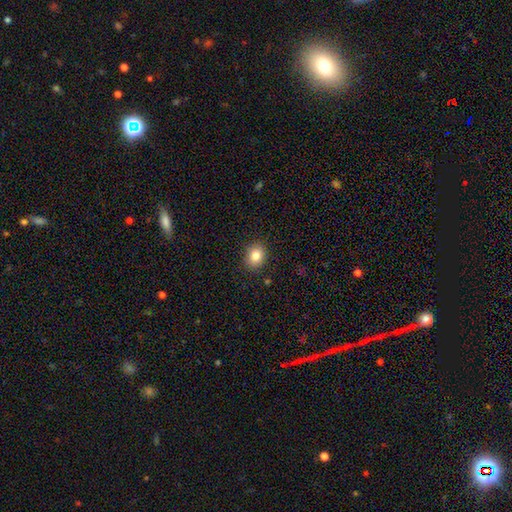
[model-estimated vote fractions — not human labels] This is clearly a smooth galaxy (82%). How rounded: possibly round (59%). Merging: clearly none (89%).